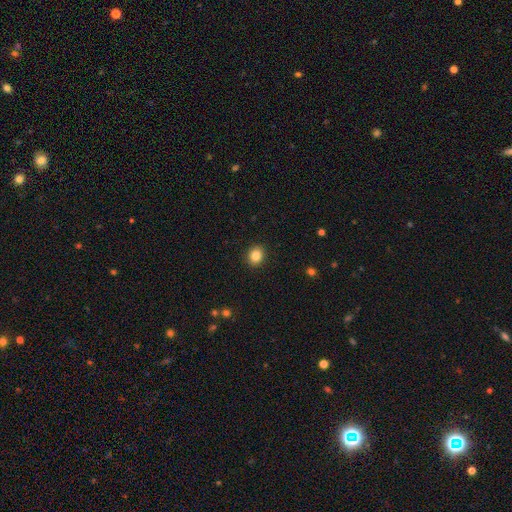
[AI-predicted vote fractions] Smooth or featured?
  - smooth: 84% *
  - star or artifact: 10%
  - featured or disk: 6%
How rounded?
  - round: 69% *
  - in between: 30%
  - cigar-shaped: 1%
Merging?
  - none: 91% *
  - minor disturbance: 6%
  - major disturbance: 2%
  - merger: 1%